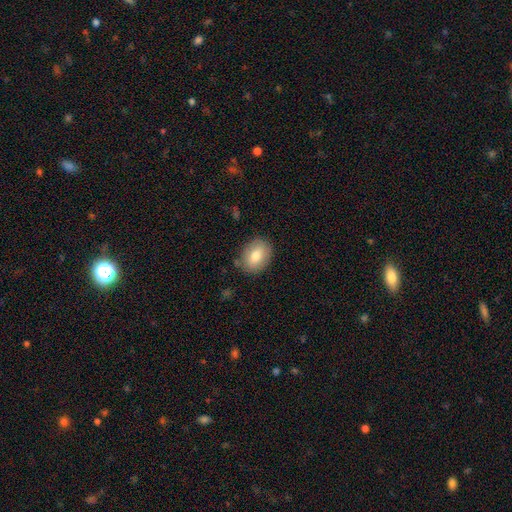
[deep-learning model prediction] The model was most divided on "how rounded": in between: 71%, round: 28%, cigar-shaped: 1%. More confident: merging — none (82%); smooth or featured — smooth (77%).